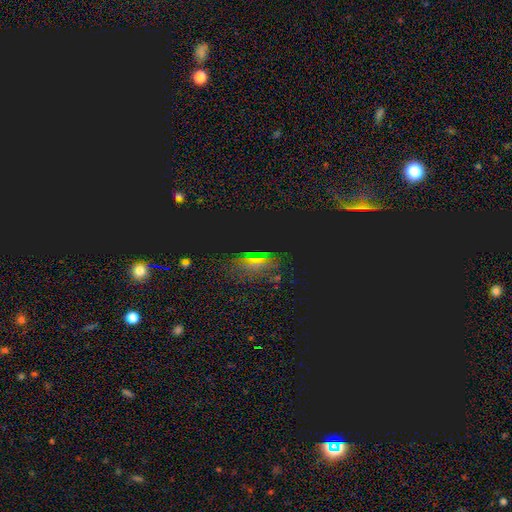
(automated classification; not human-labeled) Smooth or featured: star or artifact — 65% (smooth — 24%)